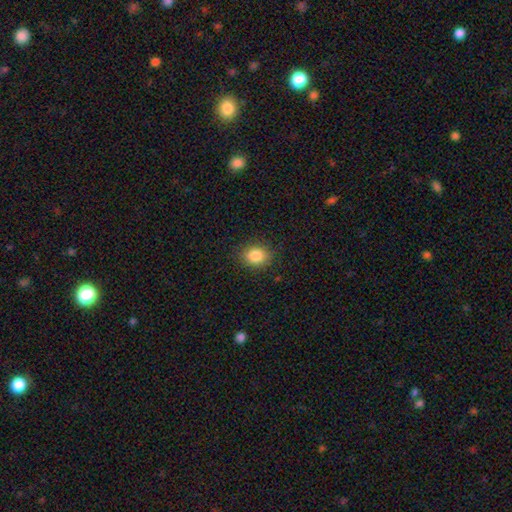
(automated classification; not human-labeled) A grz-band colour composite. It shows a smooth galaxy with no disk features (84%) that is round (57%). Merging: none (86%).